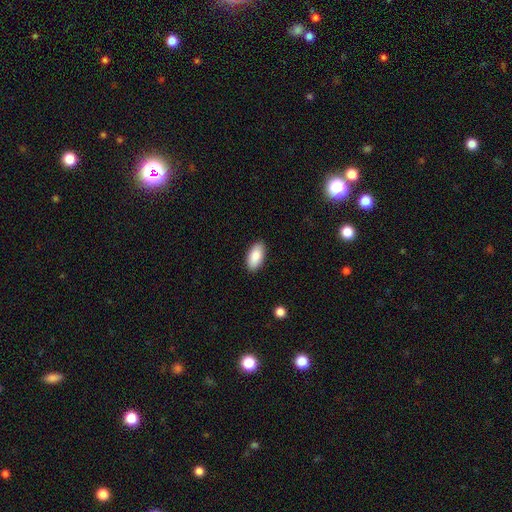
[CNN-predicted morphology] This appears to be a smooth galaxy with no disk features (88%) that is in between round and cigar-shaped (93%). Merging: none (89%).